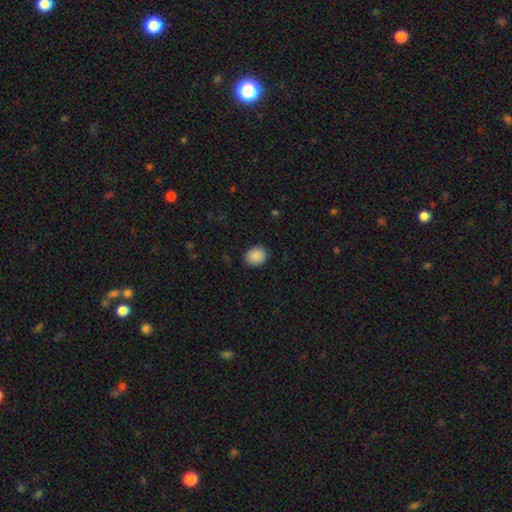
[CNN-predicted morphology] A smooth galaxy with no disk features (89%) that is round (64%). Merging: none (89%).